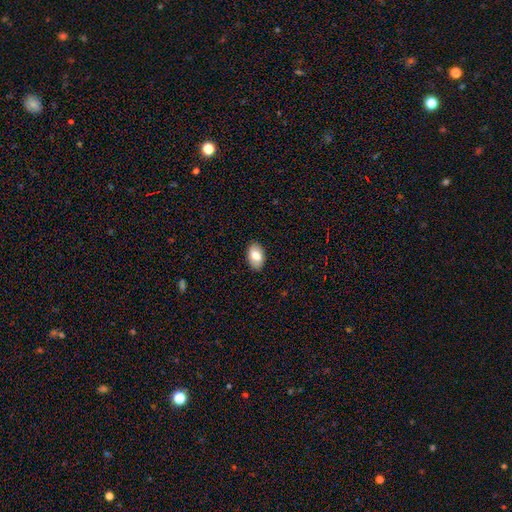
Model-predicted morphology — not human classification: A smooth galaxy with no disk features (79%) that is in between round and cigar-shaped (92%).

Vote fractions:
- Smooth or featured? smooth: 79% / featured or disk: 14% / star or artifact: 7%
- How rounded? in between: 92% / round: 7% / cigar-shaped: 1%
- Merging? none: 89% / minor disturbance: 9% / major disturbance: 2% / merger: 1%